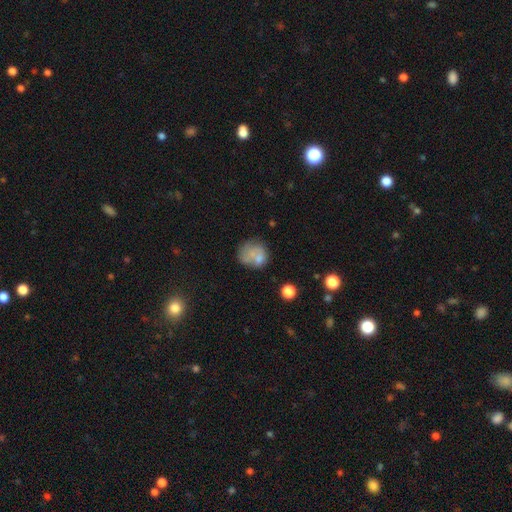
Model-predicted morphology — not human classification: The model was most divided on "merging": none: 43%, minor disturbance: 22%, merger: 19%, major disturbance: 16%. More confident: how rounded — round (72%); smooth or featured — smooth (62%).